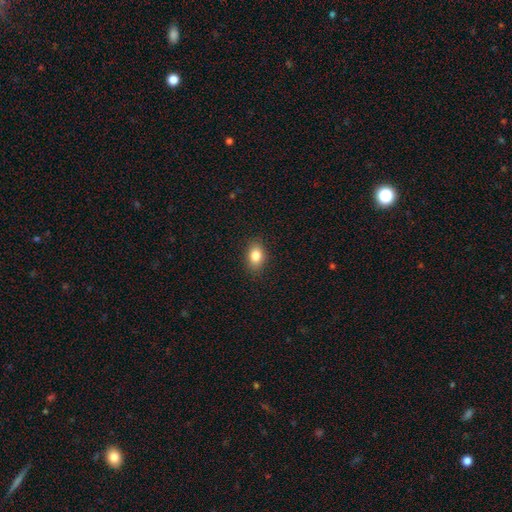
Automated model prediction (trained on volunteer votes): A smooth galaxy with no disk features (84%) that is in between round and cigar-shaped (77%).

Vote fractions:
- Smooth or featured? smooth: 84% / star or artifact: 9% / featured or disk: 7%
- How rounded? in between: 77% / round: 22% / cigar-shaped: 1%
- Merging? none: 88% / minor disturbance: 9% / major disturbance: 2% / merger: 1%